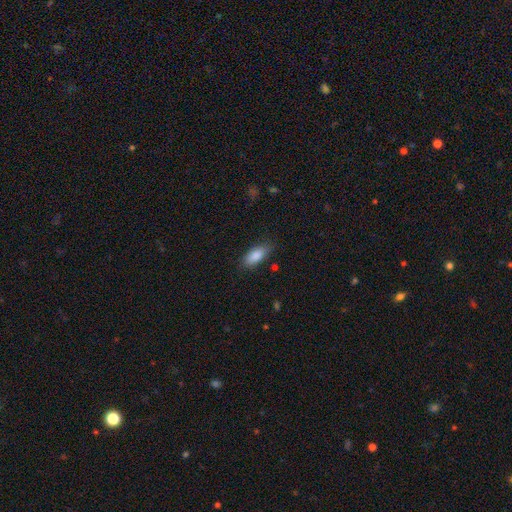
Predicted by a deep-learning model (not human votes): Smooth or featured? smooth (87%)
How rounded? in between (84%)
Merging? none (81%)